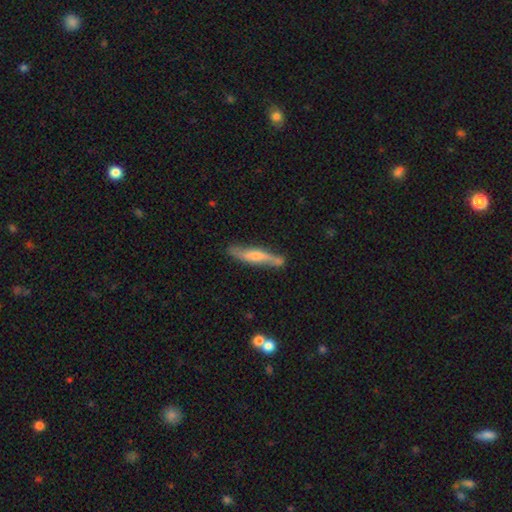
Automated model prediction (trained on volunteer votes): Smooth or featured: featured or disk — 59% (smooth — 35%)
Edge-on disk: yes — 74% (no — 26%)
Merging: none — 75% (minor disturbance — 17%)